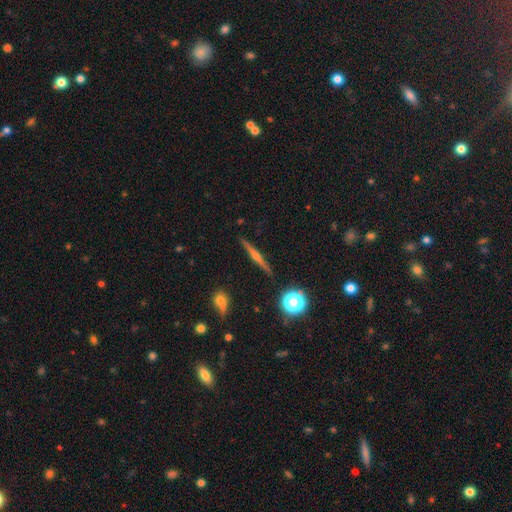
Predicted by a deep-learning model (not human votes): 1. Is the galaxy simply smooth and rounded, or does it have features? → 69% featured or disk, 21% smooth, 10% star or artifact.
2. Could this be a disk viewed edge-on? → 98% yes, 2% no.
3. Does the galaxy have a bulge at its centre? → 77% rounded, 14% none, 9% boxy.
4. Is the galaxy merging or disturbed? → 91% none, 6% minor disturbance, 1% major disturbance, 1% merger.